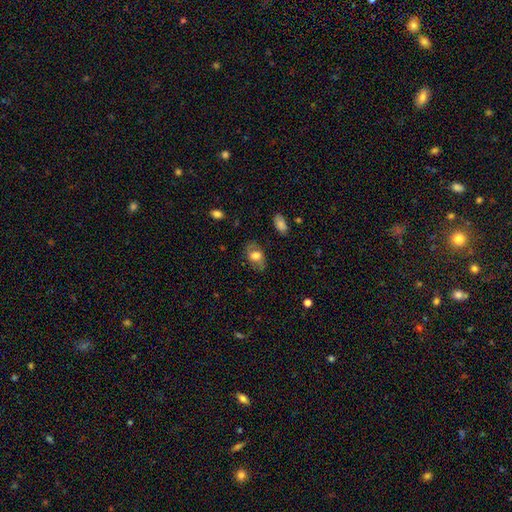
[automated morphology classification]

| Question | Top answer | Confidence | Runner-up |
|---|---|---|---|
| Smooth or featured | smooth | 57% | featured or disk (35%) |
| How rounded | in between | 77% | round (21%) |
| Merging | none | 70% | minor disturbance (21%) |